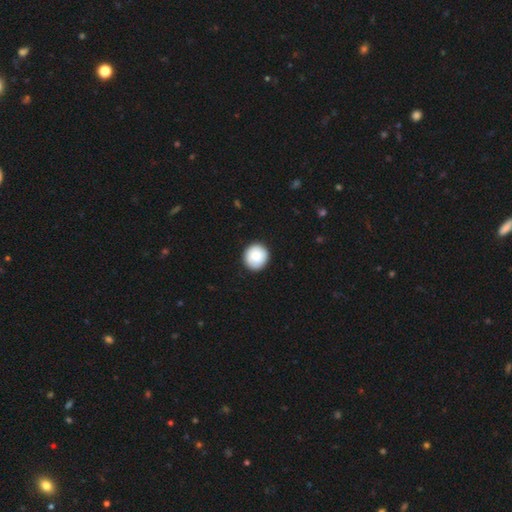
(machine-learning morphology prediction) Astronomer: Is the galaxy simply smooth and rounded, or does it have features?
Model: smooth — 84%.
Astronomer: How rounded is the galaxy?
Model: round — 91%.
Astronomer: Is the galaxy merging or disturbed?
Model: none — 89%.